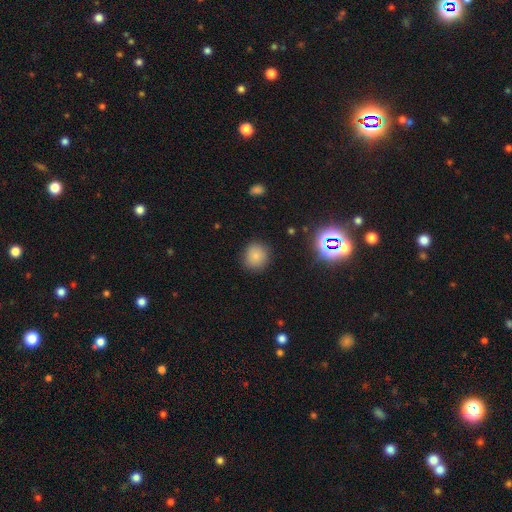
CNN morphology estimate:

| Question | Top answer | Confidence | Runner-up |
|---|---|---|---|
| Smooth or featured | smooth | 78% | star or artifact (15%) |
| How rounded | round | 85% | in between (14%) |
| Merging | none | 86% | minor disturbance (9%) |